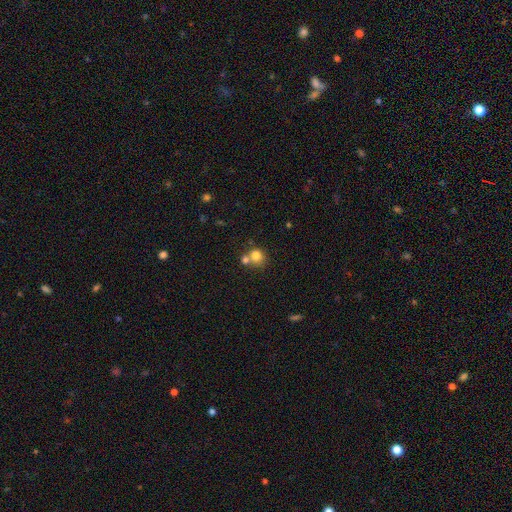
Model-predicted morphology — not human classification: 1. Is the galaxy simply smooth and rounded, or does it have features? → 78% smooth, 12% star or artifact, 10% featured or disk.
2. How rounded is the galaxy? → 83% round, 16% in between, 1% cigar-shaped.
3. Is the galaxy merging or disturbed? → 48% none, 40% merger, 9% minor disturbance, 3% major disturbance.